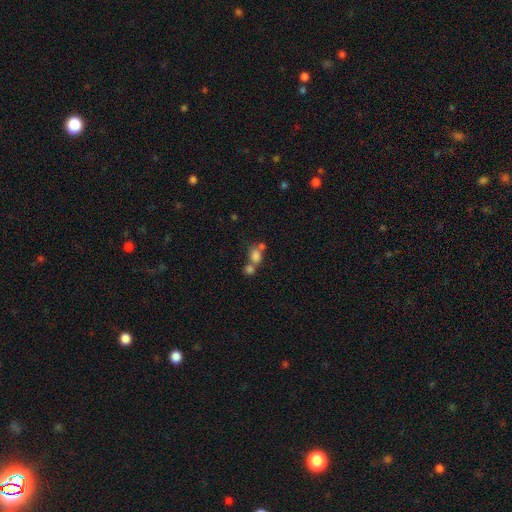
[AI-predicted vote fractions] The model was most divided on "how rounded": in between: 50%, round: 47%, cigar-shaped: 2%. More confident: smooth or featured — smooth (76%); merging — merger (53%).